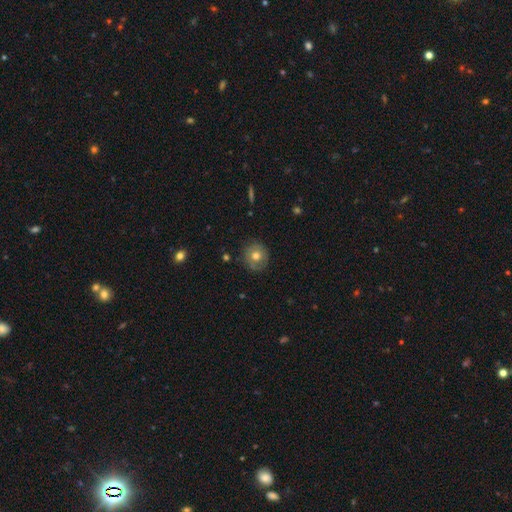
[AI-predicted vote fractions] Morphology: type=smooth (67%); roundness=round (91%); merging=none (84%).